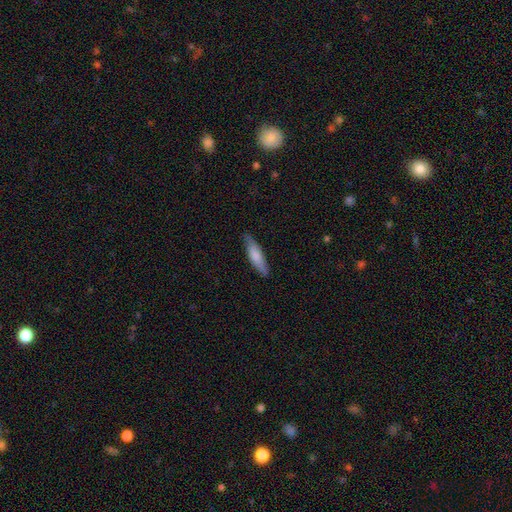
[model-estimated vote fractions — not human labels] A smooth galaxy with no disk features (74%) that is cigar-shaped (64%). Merging: none (83%).